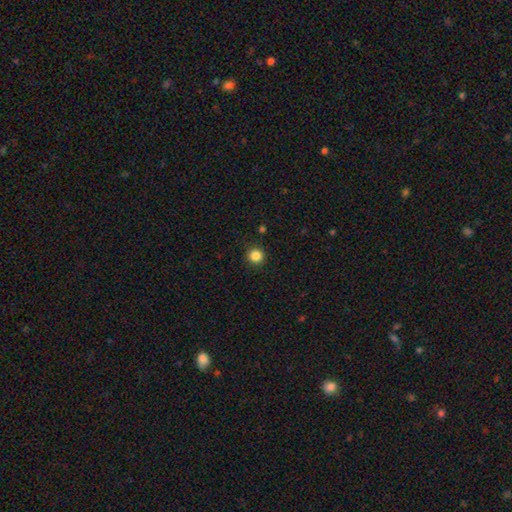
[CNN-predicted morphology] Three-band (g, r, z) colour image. It shows a smooth galaxy with no disk features (85%) that is round (95%). Merging: none (92%).